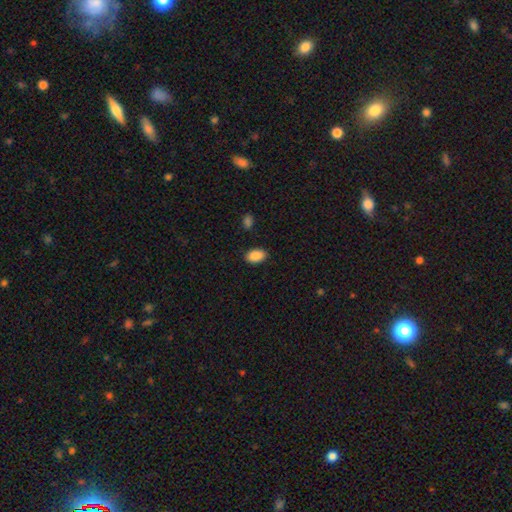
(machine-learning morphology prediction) Smooth or featured?
  - smooth: 89% *
  - star or artifact: 7%
  - featured or disk: 3%
How rounded?
  - in between: 91% *
  - round: 8%
  - cigar-shaped: 1%
Merging?
  - none: 87% *
  - minor disturbance: 9%
  - major disturbance: 2%
  - merger: 2%